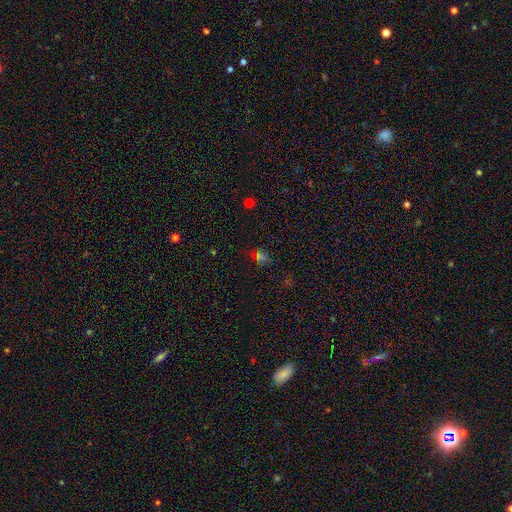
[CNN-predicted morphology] smooth 59%, star or artifact 32%, featured or disk 9%. Down the decision tree: how rounded — round (50%); merging — none (72%).